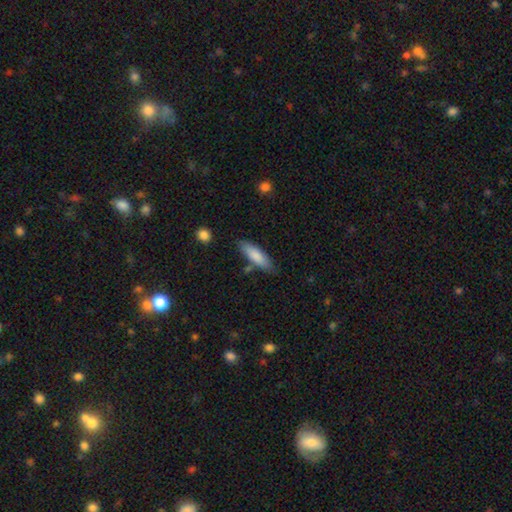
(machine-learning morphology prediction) The model was most divided on "how rounded": cigar-shaped: 54%, in between: 44%, round: 1%. More confident: smooth or featured — smooth (83%); merging — none (77%).